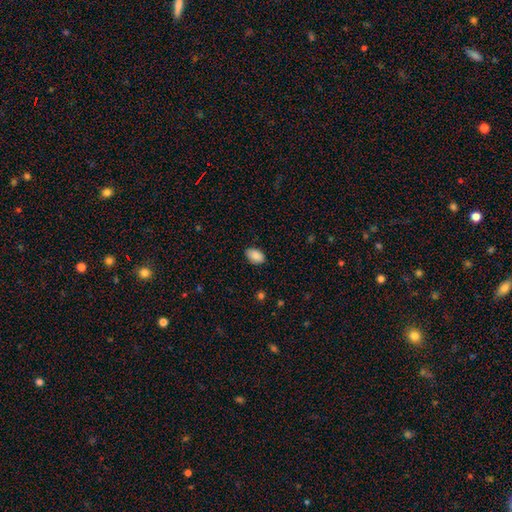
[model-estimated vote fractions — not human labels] Smooth or featured? Predicted: smooth (p=0.89). How rounded? Predicted: in between (p=0.91). Merging? Predicted: none (p=0.85).